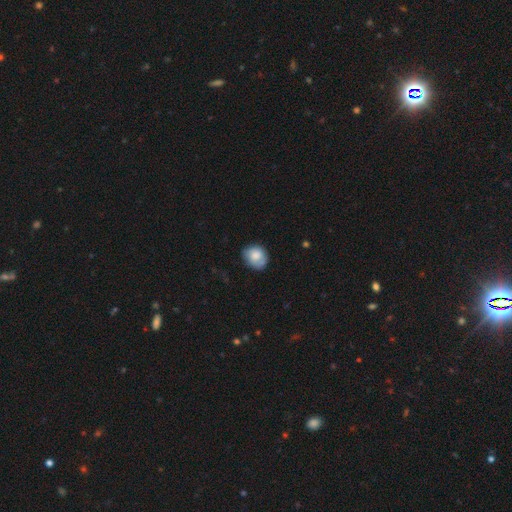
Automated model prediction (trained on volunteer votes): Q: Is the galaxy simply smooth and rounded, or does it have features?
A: smooth — 76%.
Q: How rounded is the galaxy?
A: round — 60%.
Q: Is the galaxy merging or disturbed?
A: none — 64%.